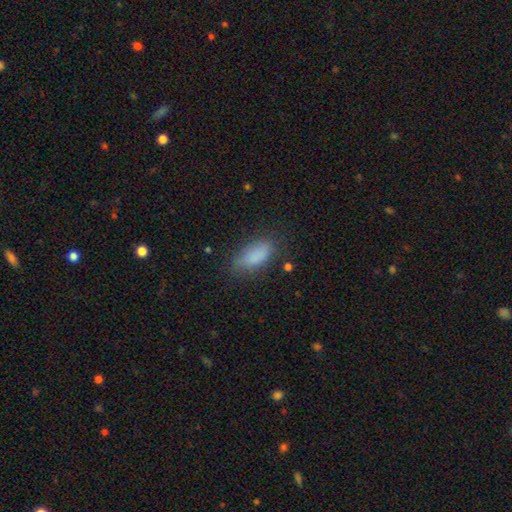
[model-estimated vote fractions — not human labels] Overall: smooth (85%). How rounded: in between (85%). Merging: none (72%).